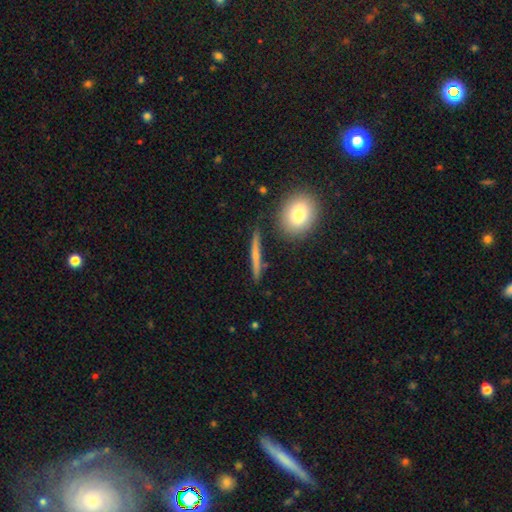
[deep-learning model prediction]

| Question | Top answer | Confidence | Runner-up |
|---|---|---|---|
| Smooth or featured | smooth | 53% | featured or disk (39%) |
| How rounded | cigar-shaped | 86% | in between (7%) |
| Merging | none | 85% | minor disturbance (9%) |